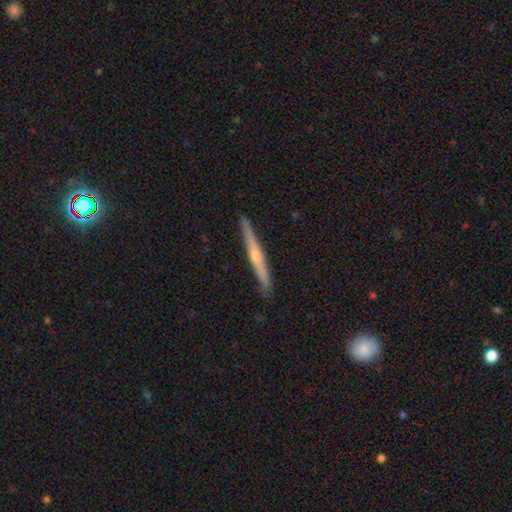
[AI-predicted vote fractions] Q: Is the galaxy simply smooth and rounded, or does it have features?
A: featured or disk — 67%.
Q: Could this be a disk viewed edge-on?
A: yes — 97%.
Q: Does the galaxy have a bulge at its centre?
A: rounded — 78%.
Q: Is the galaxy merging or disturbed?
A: none — 90%.